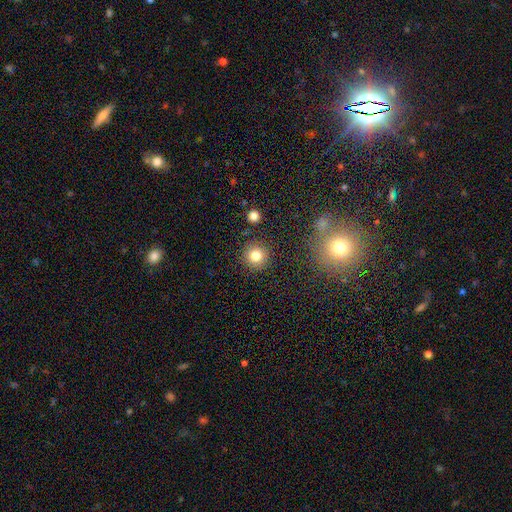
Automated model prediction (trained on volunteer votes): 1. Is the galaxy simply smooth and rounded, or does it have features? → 81% smooth, 12% star or artifact, 7% featured or disk.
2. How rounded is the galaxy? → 94% round, 5% in between, 1% cigar-shaped.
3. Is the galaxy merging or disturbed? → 89% none, 6% minor disturbance, 2% major disturbance, 2% merger.